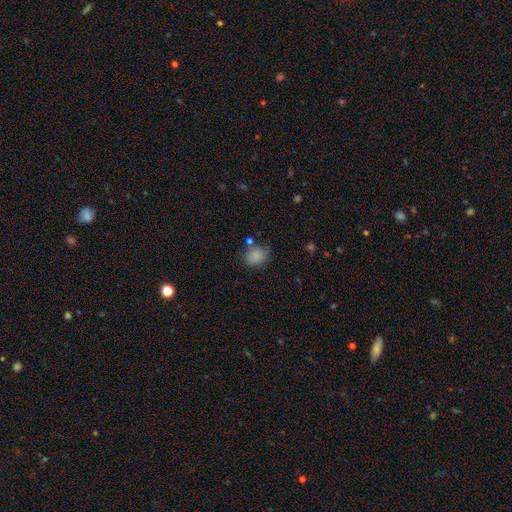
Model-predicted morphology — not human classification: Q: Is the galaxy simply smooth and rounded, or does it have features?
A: smooth — 85%.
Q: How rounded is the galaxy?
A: round — 64%.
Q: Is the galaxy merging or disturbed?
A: none — 69%.